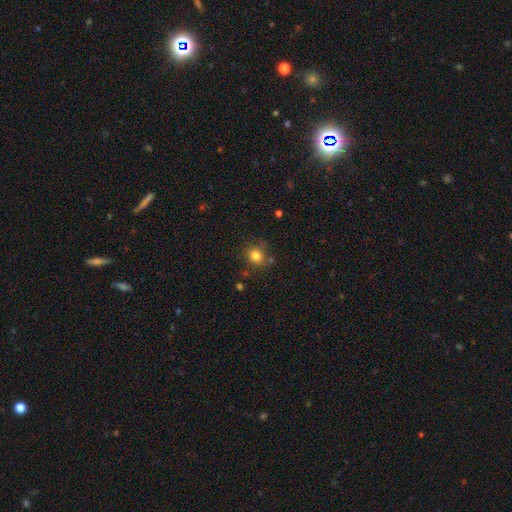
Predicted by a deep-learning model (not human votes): Q: Smooth or featured?
A: smooth (80%); runner-up: star or artifact (13%)
Q: How rounded?
A: round (85%); runner-up: in between (14%)
Q: Merging?
A: none (77%); runner-up: minor disturbance (13%)